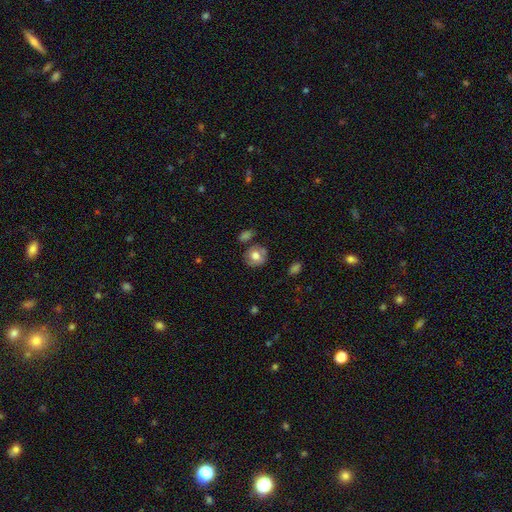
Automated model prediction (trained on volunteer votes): A smooth galaxy with no disk features (70%) that is round (81%). Merging: none (72%).